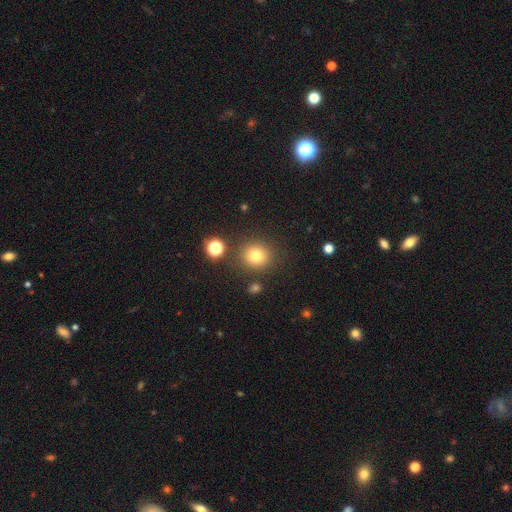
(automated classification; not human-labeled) A smooth galaxy with no disk features (78%) that is round (87%). Merging: none (84%).